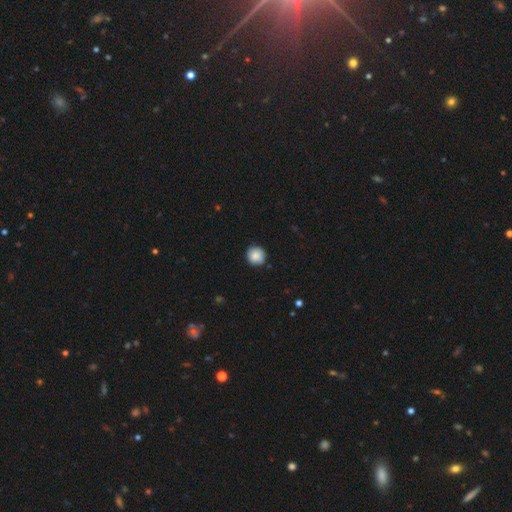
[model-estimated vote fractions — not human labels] Overall: smooth (86%). How rounded: round (94%). Merging: none (87%).